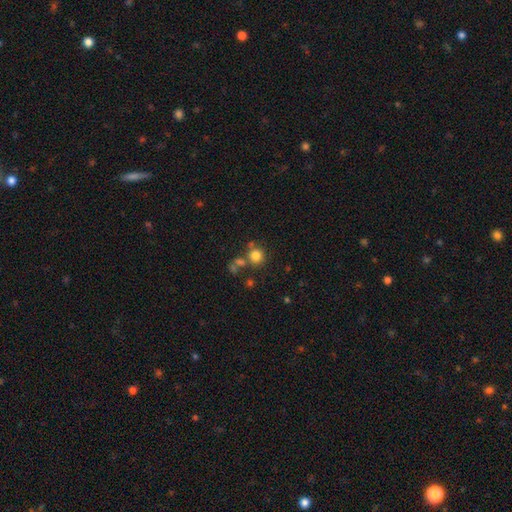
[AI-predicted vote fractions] A smooth galaxy with no disk features (79%) that is round (90%). Merging: none (66%).